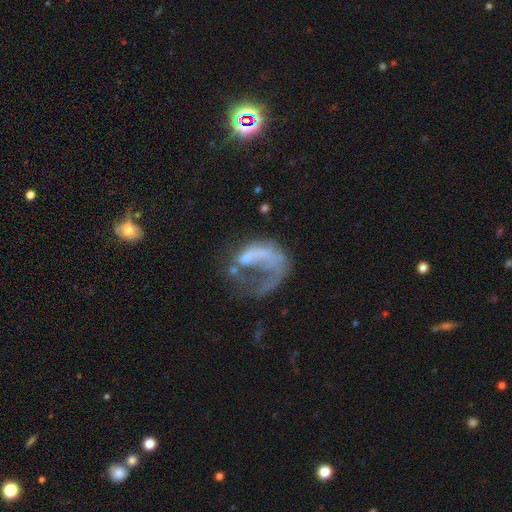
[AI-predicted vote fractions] This is likely a featured or disk galaxy (66%). It is clearly not viewed edge-on (98%). Bar: likely no (76%). Spiral arm pattern: possibly no (53%). Central bulge: likely none (63%). Merging: possibly major disturbance (54%).